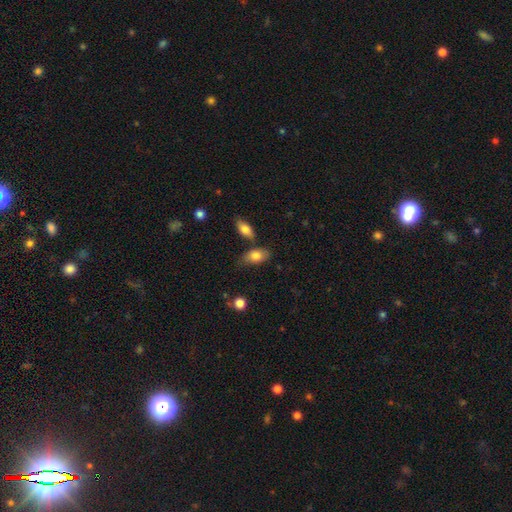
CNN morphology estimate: smooth_or_featured: smooth (p=0.82) [alt: featured or disk p=0.11]
how_rounded: in between (p=0.90) [alt: round p=0.06]
merging: none (p=0.63) [alt: minor disturbance p=0.21]